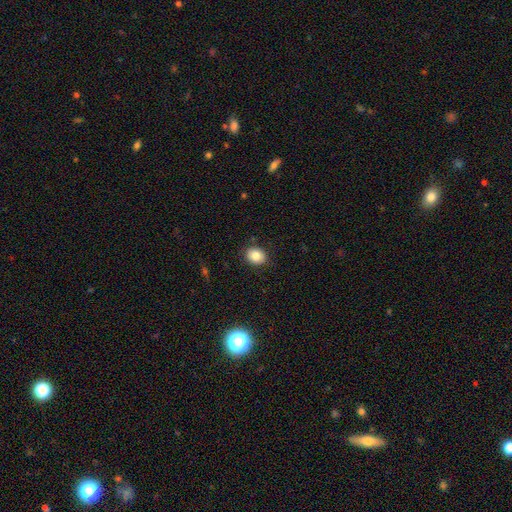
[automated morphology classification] This is clearly a smooth galaxy (82%). How rounded: likely round (61%). Merging: clearly none (87%).